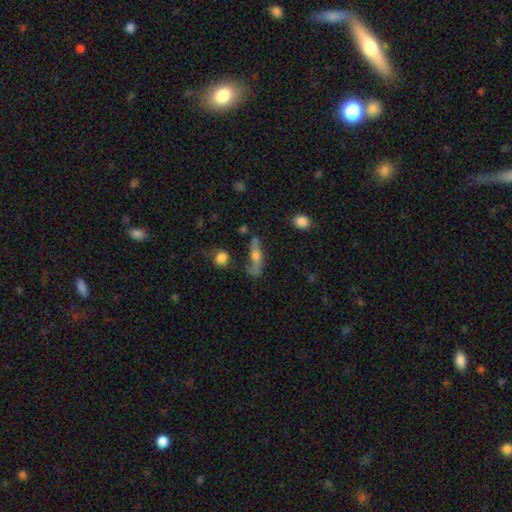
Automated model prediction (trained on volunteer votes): smooth_or_featured: featured or disk (p=0.47) [alt: smooth p=0.42]
merging: none (p=0.47) [alt: minor disturbance p=0.24]